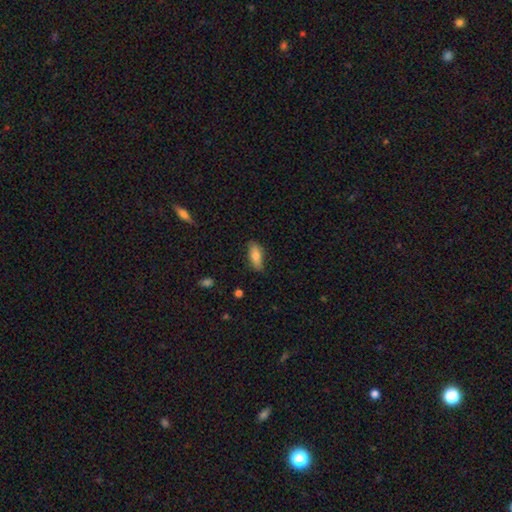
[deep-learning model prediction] Morphology: type=smooth (77%); roundness=in between (76%); merging=none (79%).